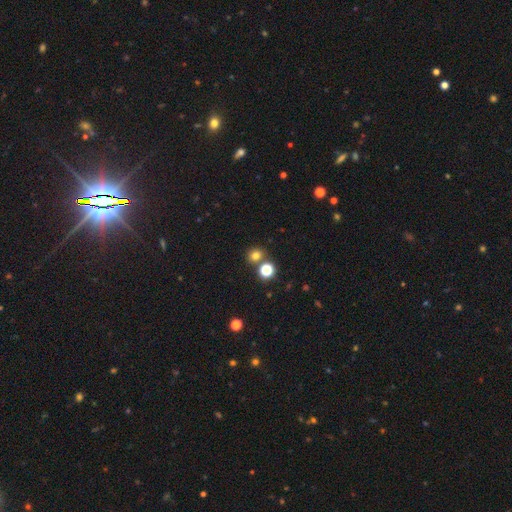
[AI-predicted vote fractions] Overall: smooth (74%). How rounded: round (79%). Merging: none (74%).